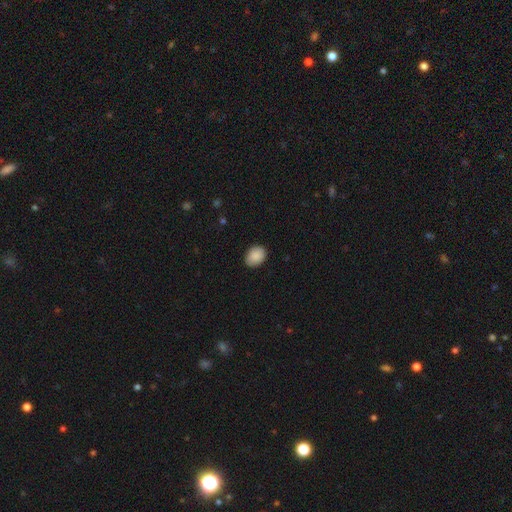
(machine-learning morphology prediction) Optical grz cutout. It shows a smooth galaxy with no disk features (90%) that is in between round and cigar-shaped (64%). Merging: none (87%).